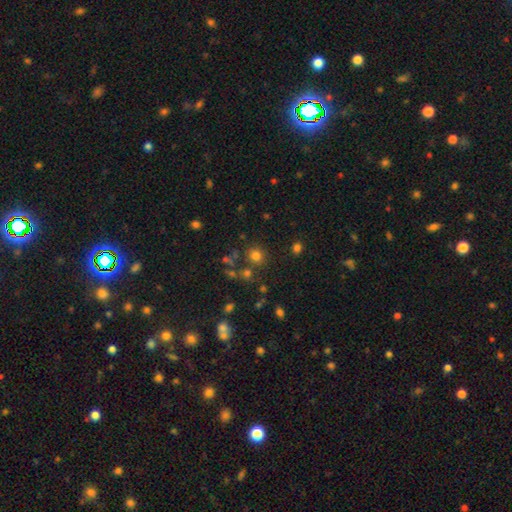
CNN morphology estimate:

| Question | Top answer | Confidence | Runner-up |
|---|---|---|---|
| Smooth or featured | smooth | 73% | star or artifact (20%) |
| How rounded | round | 82% | in between (17%) |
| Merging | none | 76% | minor disturbance (10%) |